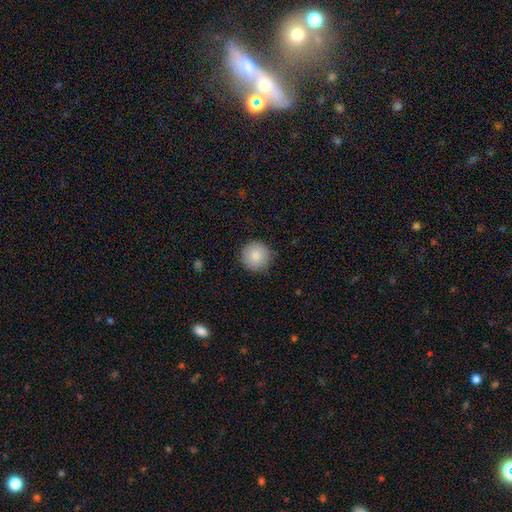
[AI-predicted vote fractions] smooth_or_featured: smooth (p=0.86) [alt: star or artifact p=0.07]
how_rounded: round (p=0.96) [alt: in between p=0.03]
merging: none (p=0.88) [alt: minor disturbance p=0.09]